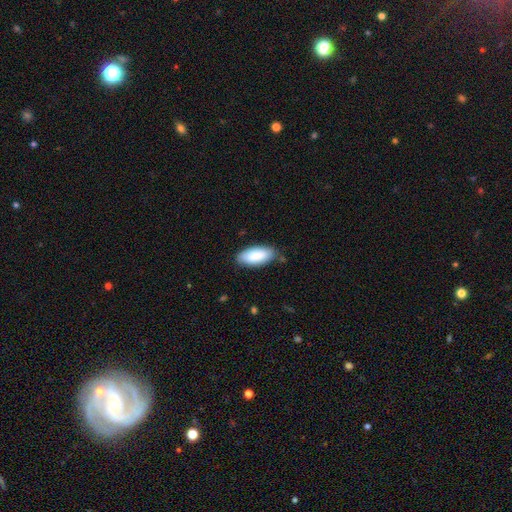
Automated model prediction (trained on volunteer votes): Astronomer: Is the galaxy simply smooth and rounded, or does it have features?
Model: smooth — 87%.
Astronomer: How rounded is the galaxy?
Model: in between — 88%.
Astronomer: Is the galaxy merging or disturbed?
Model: none — 80%.